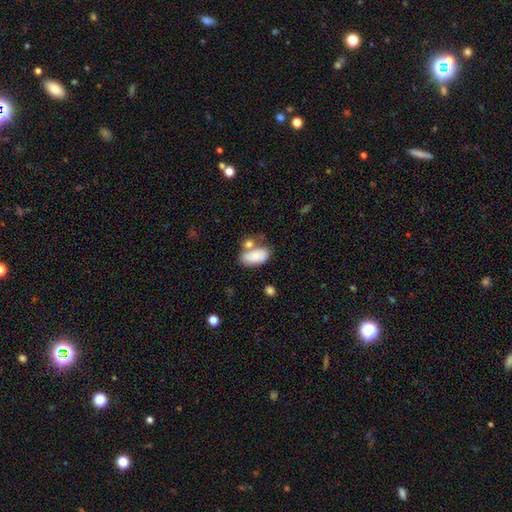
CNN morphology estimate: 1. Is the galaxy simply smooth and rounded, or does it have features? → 78% smooth, 14% featured or disk, 7% star or artifact.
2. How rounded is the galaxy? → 93% in between, 4% round, 3% cigar-shaped.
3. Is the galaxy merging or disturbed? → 43% none, 31% merger, 19% minor disturbance, 8% major disturbance.